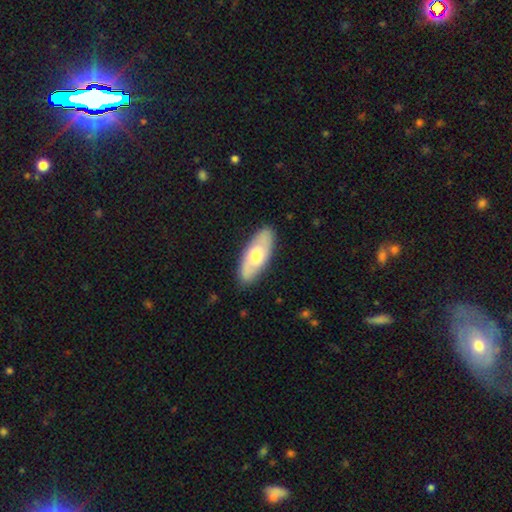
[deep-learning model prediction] The model was most divided on "smooth or featured": smooth: 52%, featured or disk: 43%, star or artifact: 5%. More confident: merging — none (85%); how rounded — in between (78%).